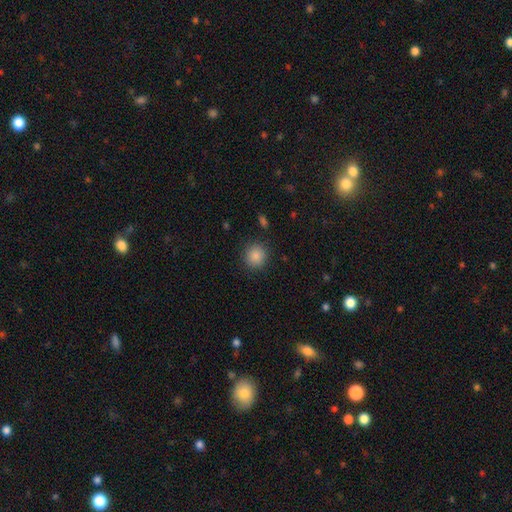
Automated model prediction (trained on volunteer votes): A smooth galaxy with no disk features (87%) that is round (89%).

Vote fractions:
- Smooth or featured? smooth: 87% / star or artifact: 10% / featured or disk: 4%
- How rounded? round: 89% / in between: 10% / cigar-shaped: 1%
- Merging? none: 88% / minor disturbance: 8% / major disturbance: 3% / merger: 1%